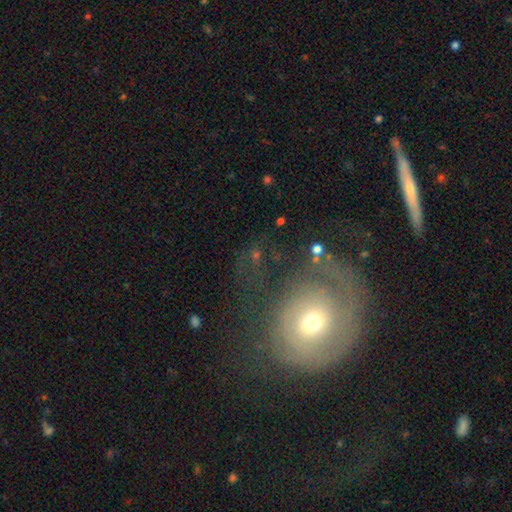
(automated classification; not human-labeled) Q: Smooth or featured?
A: featured or disk (55%); runner-up: smooth (28%)
Q: Edge-on disk?
A: no (94%); runner-up: yes (6%)
Q: Bar?
A: no (68%); runner-up: weak (23%)
Q: Spiral arms?
A: yes (69%); runner-up: no (31%)
Q: Bulge size?
A: moderate (55%); runner-up: small (36%)
Q: Merging?
A: none (51%); runner-up: major disturbance (26%)